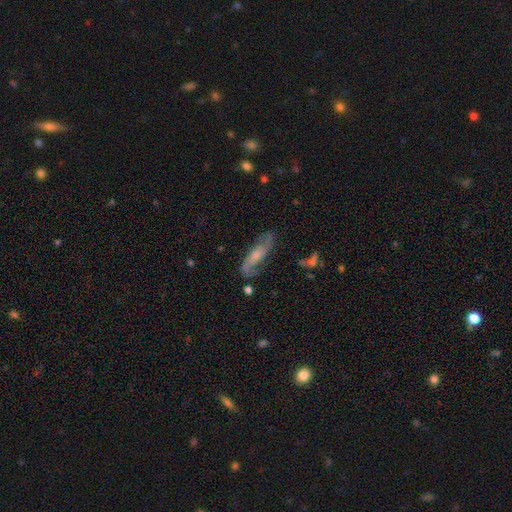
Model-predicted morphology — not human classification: This is likely a featured or disk galaxy (77%). It is clearly not viewed edge-on (87%). Bar: possibly no (52%). Spiral arm pattern: clearly yes (94%). Spiral arm count: clearly 2 (88%). Spiral winding: marginally medium (42%, tied with loose). Central bulge: marginally small (43%). Merging: likely none (73%).